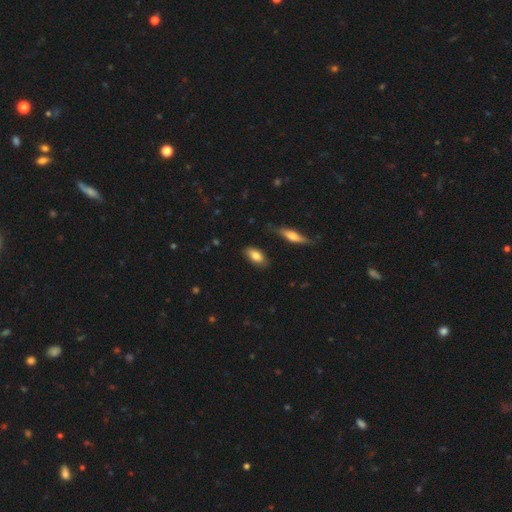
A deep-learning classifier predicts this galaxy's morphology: type=smooth (80%); roundness=in between (88%); merging=none (83%).